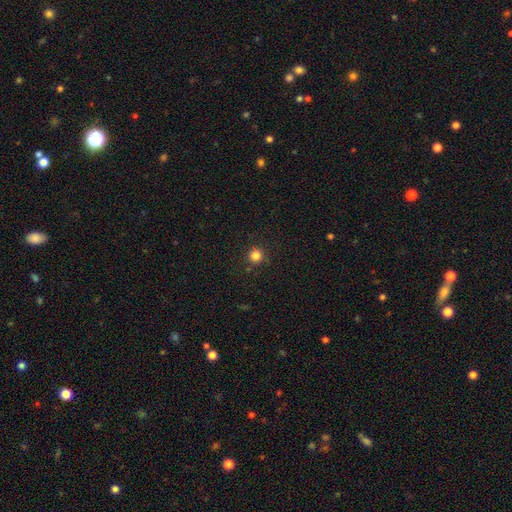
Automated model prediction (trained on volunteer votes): A smooth galaxy with no disk features (82%) that is round (95%). Merging: none (90%).